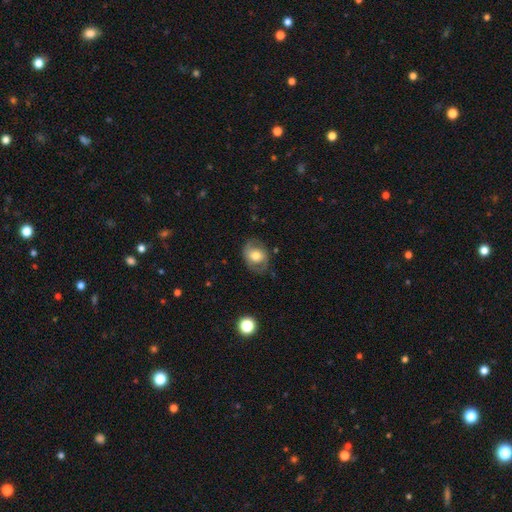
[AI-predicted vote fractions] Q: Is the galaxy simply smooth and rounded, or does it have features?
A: smooth — 54%.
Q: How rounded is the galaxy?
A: in between — 53%.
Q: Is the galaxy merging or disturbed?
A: none — 71%.